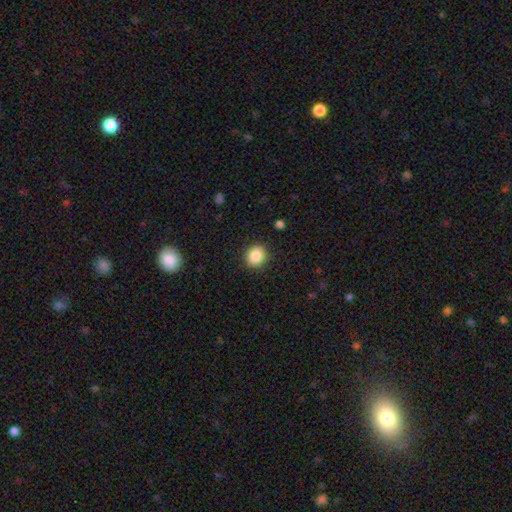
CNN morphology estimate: A smooth galaxy with no disk features (86%) that is round (82%).

Vote fractions:
- Smooth or featured? smooth: 86% / star or artifact: 9% / featured or disk: 4%
- How rounded? round: 82% / in between: 17% / cigar-shaped: 1%
- Merging? none: 90% / minor disturbance: 7% / major disturbance: 2% / merger: 1%